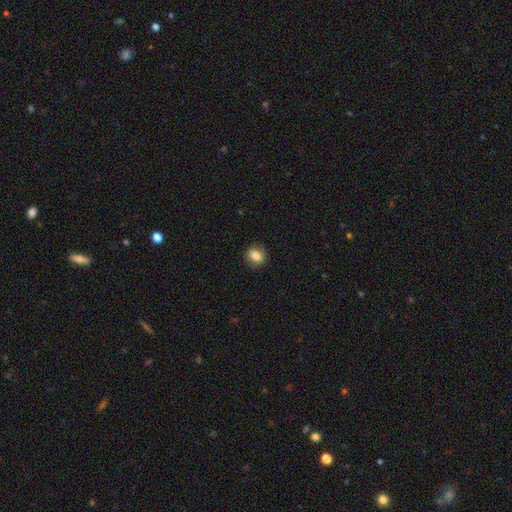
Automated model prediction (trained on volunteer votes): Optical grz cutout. It shows a smooth galaxy with no disk features (82%) that is round (54%). Merging: none (86%).